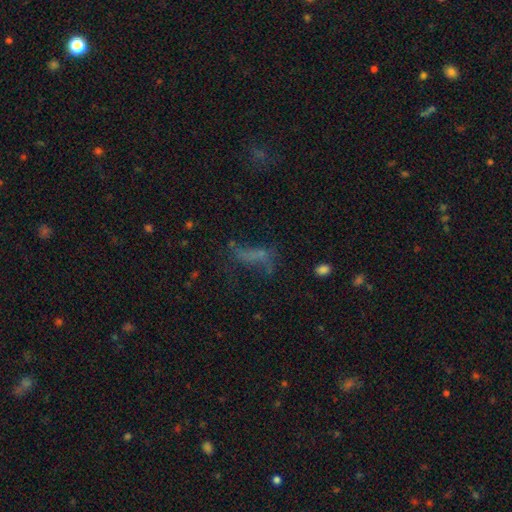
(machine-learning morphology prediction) type=smooth (42%); merging=none (42%).